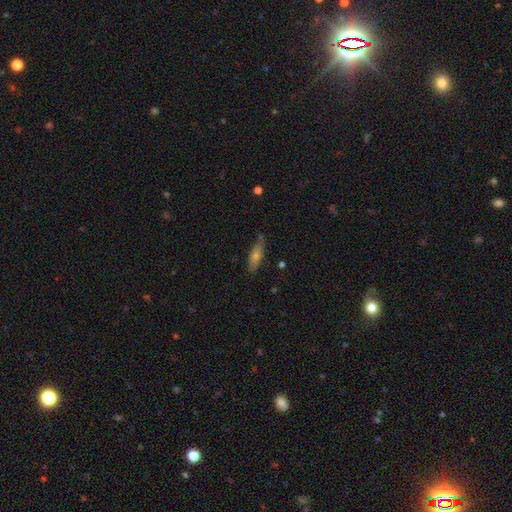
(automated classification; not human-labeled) Smooth or featured? smooth (48%)
Merging? none (76%)